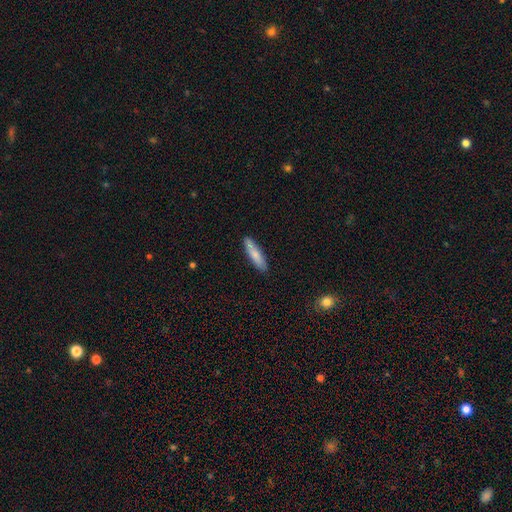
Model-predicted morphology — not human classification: The model was most divided on "how rounded": cigar-shaped: 76%, in between: 23%, round: 1%. More confident: merging — none (86%); smooth or featured — smooth (77%).